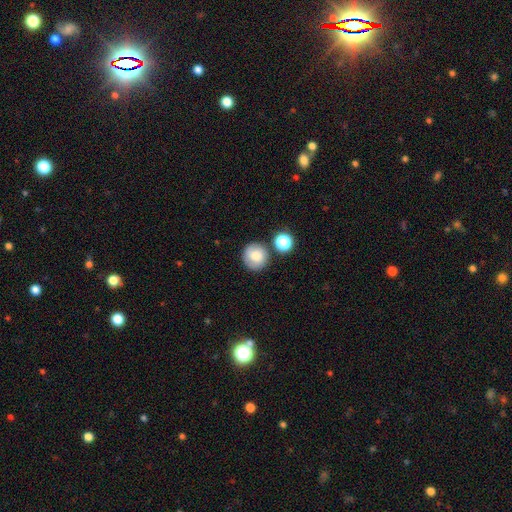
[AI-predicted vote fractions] smooth 72%, featured or disk 18%, star or artifact 10%. Down the decision tree: how rounded — round (92%); merging — none (76%).